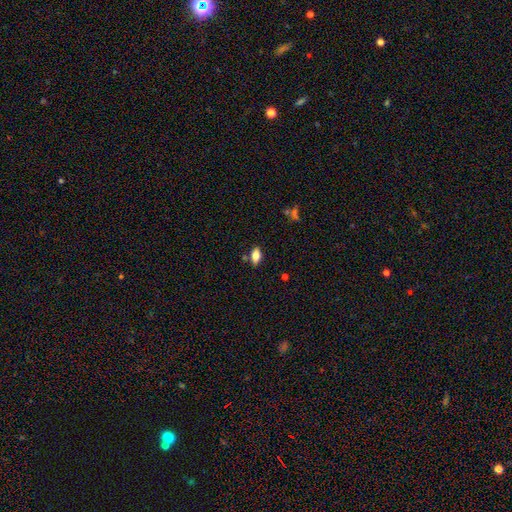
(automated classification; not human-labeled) The model was most divided on "smooth or featured": smooth: 74%, featured or disk: 17%, star or artifact: 9%. More confident: how rounded — in between (87%); merging — none (80%).